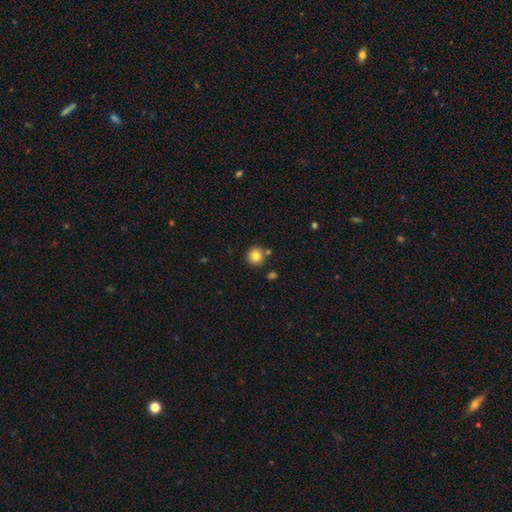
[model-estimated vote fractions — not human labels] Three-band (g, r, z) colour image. It shows a smooth galaxy with no disk features (82%) that is round (93%). Merging: none (83%).